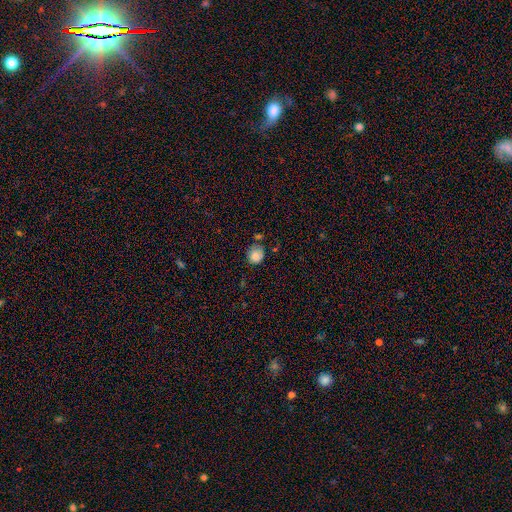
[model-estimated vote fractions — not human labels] A smooth galaxy with no disk features (83%) that is round (76%).

Vote fractions:
- Smooth or featured? smooth: 83% / star or artifact: 10% / featured or disk: 8%
- How rounded? round: 76% / in between: 23% / cigar-shaped: 1%
- Merging? none: 60% / minor disturbance: 26% / merger: 8% / major disturbance: 6%